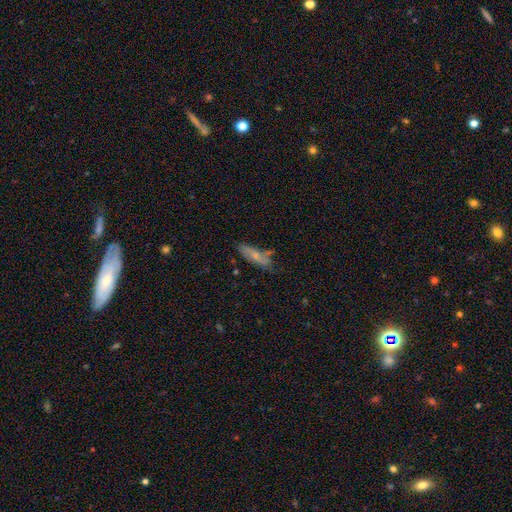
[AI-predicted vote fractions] smooth-or-featured: smooth: 59% | featured or disk: 33% | star or artifact: 8%
  how-rounded: in between: 49% (tied) | cigar-shaped: 49% (tied) | round: 3%
  merging: none: 56% | minor disturbance: 26% | merger: 9% | major disturbance: 8%